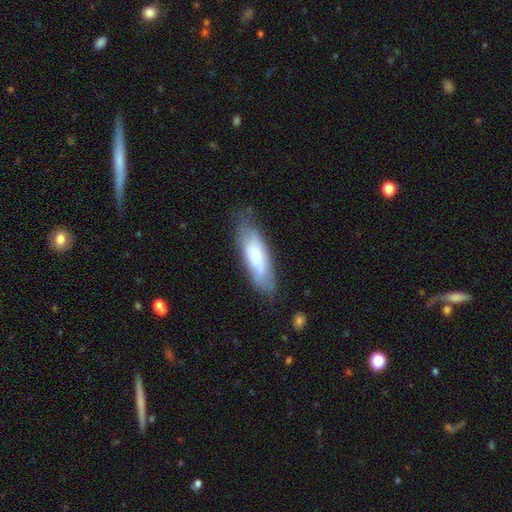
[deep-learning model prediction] Morphology: type=smooth (54%); roundness=in between (58%); merging=none (66%).